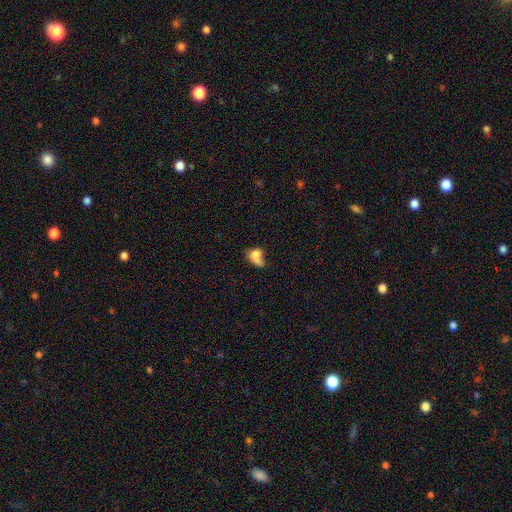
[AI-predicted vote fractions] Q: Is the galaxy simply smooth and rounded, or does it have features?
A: smooth — 70%.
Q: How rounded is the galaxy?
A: in between — 78%.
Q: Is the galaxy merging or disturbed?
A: major disturbance — 31%.